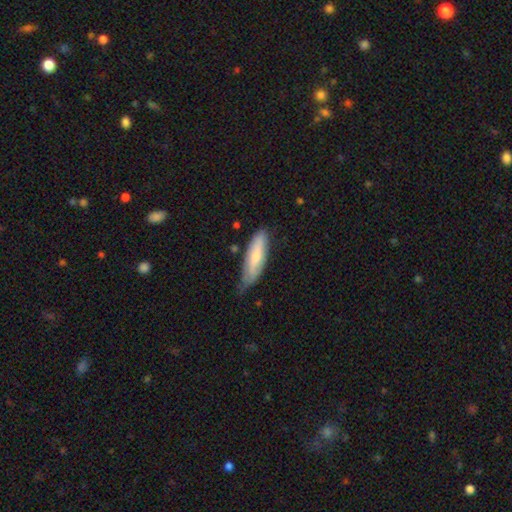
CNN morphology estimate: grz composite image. It shows a smooth galaxy with no disk features (63%) that is cigar-shaped (52%). Merging: none (59%).